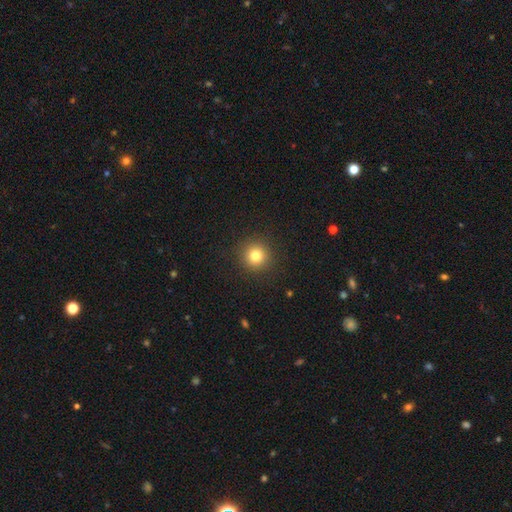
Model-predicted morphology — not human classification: smooth 80%, star or artifact 13%, featured or disk 7%. Down the decision tree: how rounded — round (95%); merging — none (92%).